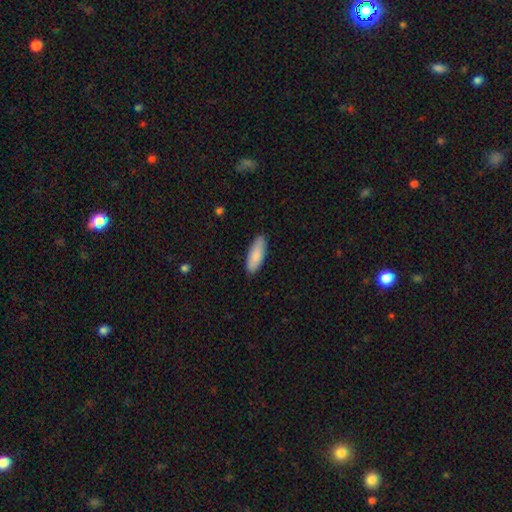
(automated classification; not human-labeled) The model was most divided on "how rounded": in between: 73%, cigar-shaped: 26%, round: 2%. More confident: merging — none (88%); smooth or featured — smooth (86%).